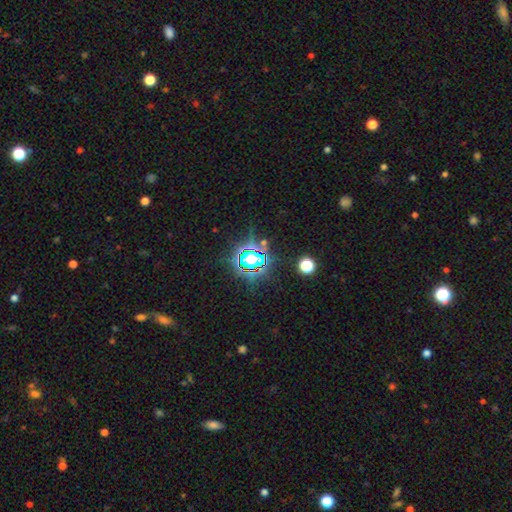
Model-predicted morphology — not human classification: type=star or artifact (77%).